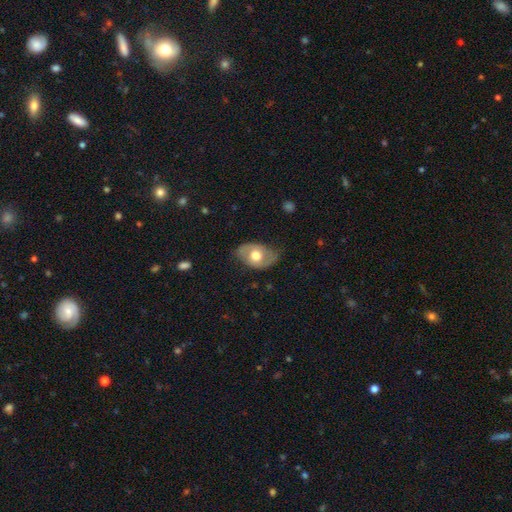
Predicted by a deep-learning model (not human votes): A smooth galaxy with no disk features (48%). Merging: none (70%).